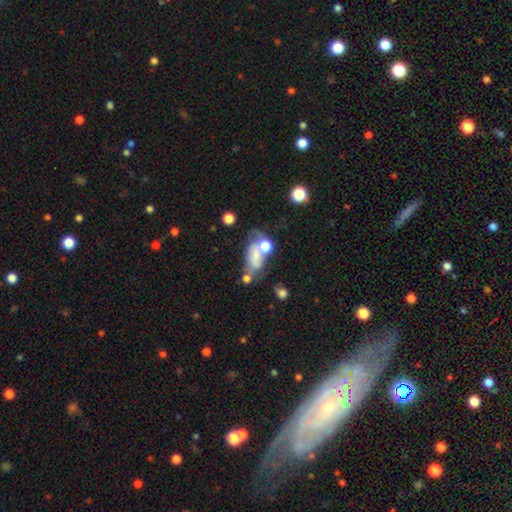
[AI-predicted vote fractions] The model was most divided on "merging": merger: 33%, major disturbance: 25%, none: 23%, minor disturbance: 19%. Remaining: smooth or featured — smooth (49%).